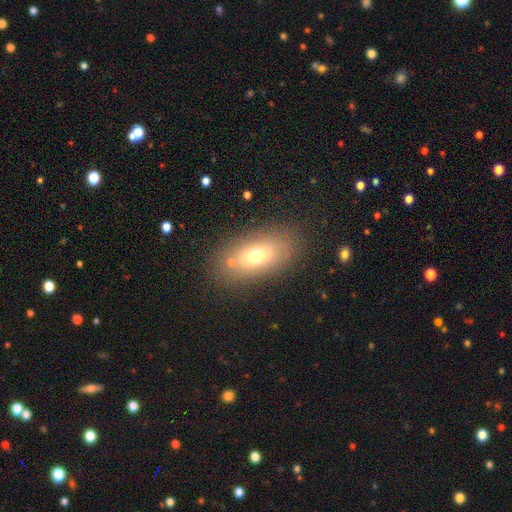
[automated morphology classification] smooth-or-featured: smooth: 68% | featured or disk: 20% | star or artifact: 12%
  how-rounded: in between: 86% | round: 8% | cigar-shaped: 7%
  merging: none: 79% | minor disturbance: 11% | merger: 6% | major disturbance: 5%